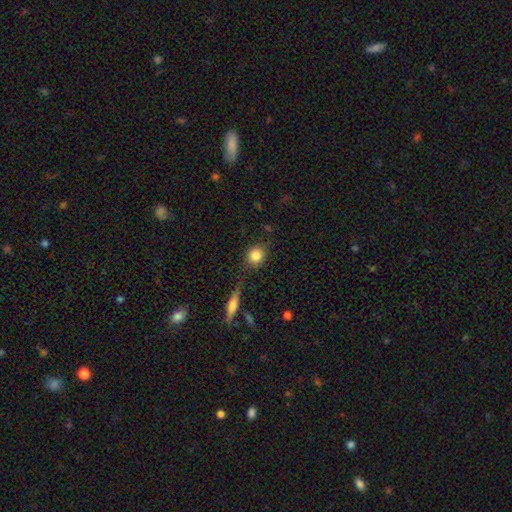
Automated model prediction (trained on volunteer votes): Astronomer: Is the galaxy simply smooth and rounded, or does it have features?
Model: smooth — 83%.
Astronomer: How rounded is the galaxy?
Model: round — 80%.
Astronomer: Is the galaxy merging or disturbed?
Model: none — 77%.